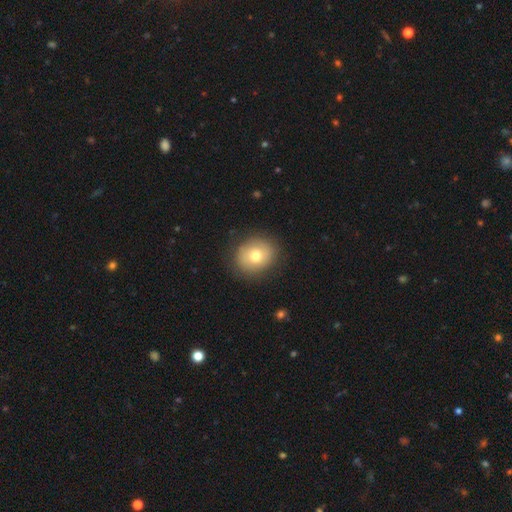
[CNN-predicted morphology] Q: Smooth or featured?
A: smooth (73%); runner-up: featured or disk (18%)
Q: How rounded?
A: round (74%); runner-up: in between (25%)
Q: Merging?
A: none (86%); runner-up: minor disturbance (10%)